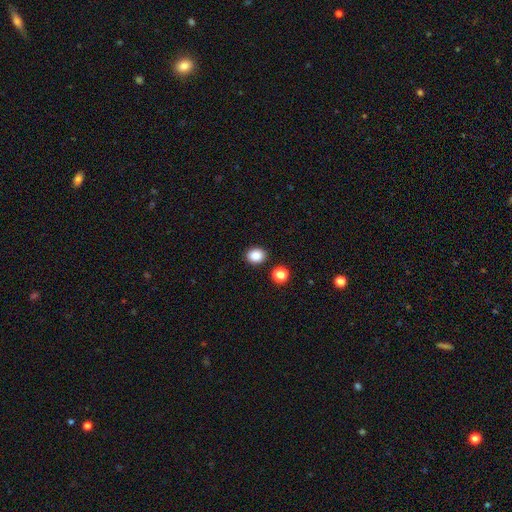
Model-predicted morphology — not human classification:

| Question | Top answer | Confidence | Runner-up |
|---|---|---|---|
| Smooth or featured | smooth | 86% | star or artifact (10%) |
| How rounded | round | 66% | in between (33%) |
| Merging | none | 88% | minor disturbance (7%) |